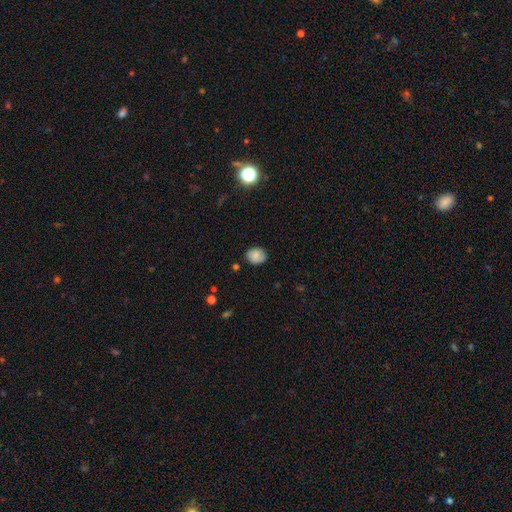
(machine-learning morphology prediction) smooth 82%, star or artifact 10%, featured or disk 8%. Down the decision tree: how rounded — round (62%); merging — none (82%).